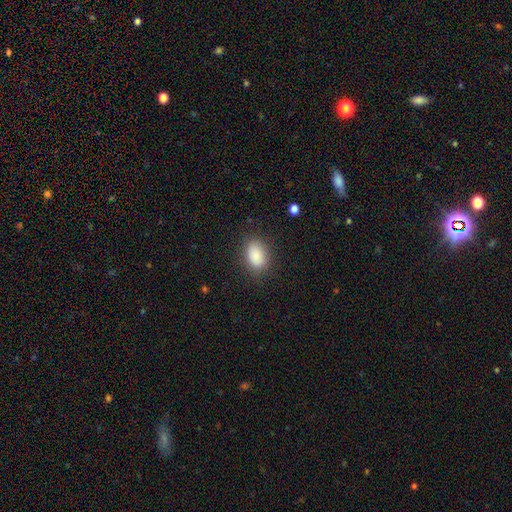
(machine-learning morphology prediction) Smooth or featured? smooth (88%)
How rounded? in between (85%)
Merging? none (82%)